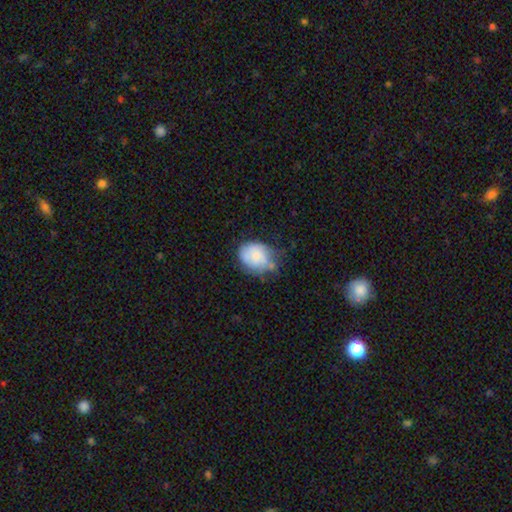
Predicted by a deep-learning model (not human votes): smooth-or-featured: smooth: 63% | featured or disk: 29% | star or artifact: 8%
  how-rounded: in between: 59% | round: 40% | cigar-shaped: 1%
  merging: none: 41% | minor disturbance: 38% | major disturbance: 15% | merger: 6%